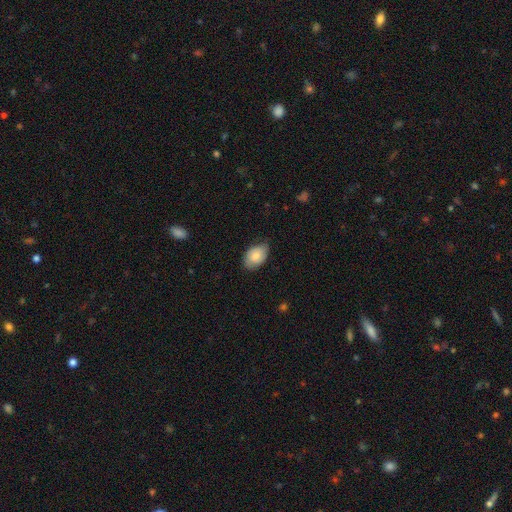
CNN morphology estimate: Overall: smooth (77%). How rounded: in between (87%). Merging: none (67%; minor disturbance 28%).